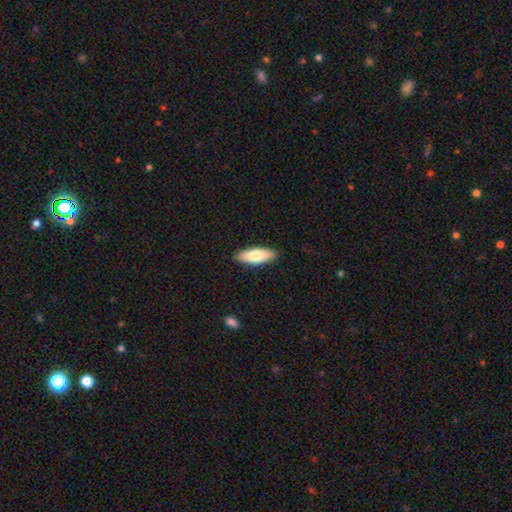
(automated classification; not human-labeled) Smooth or featured: smooth — 74% (featured or disk — 20%)
How rounded: in between — 62% (cigar-shaped — 36%)
Merging: none — 89% (minor disturbance — 8%)